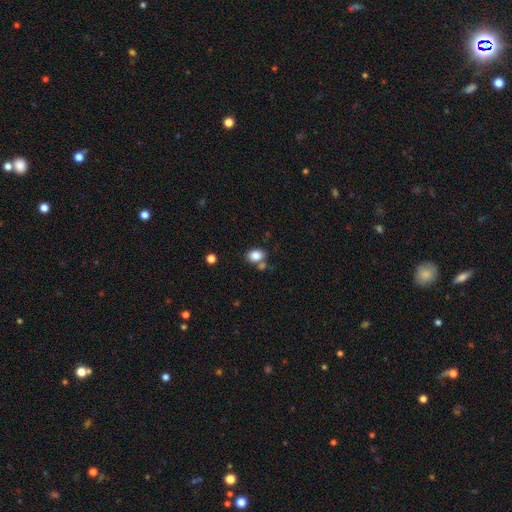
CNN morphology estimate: This is clearly a smooth galaxy (83%). How rounded: likely in between (68%). Merging: likely none (63%).